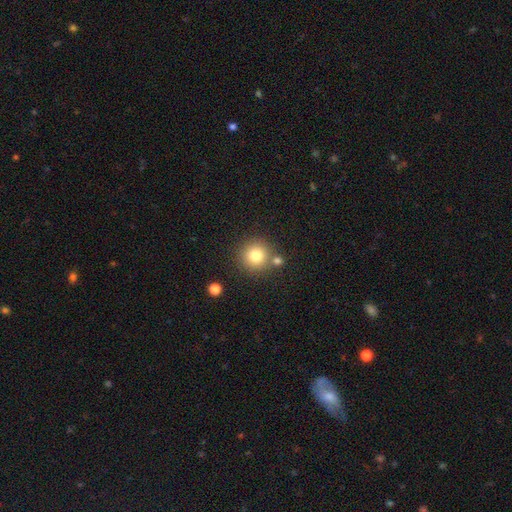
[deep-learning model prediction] smooth 79%, star or artifact 12%, featured or disk 9%. Down the decision tree: how rounded — round (94%); merging — none (76%).